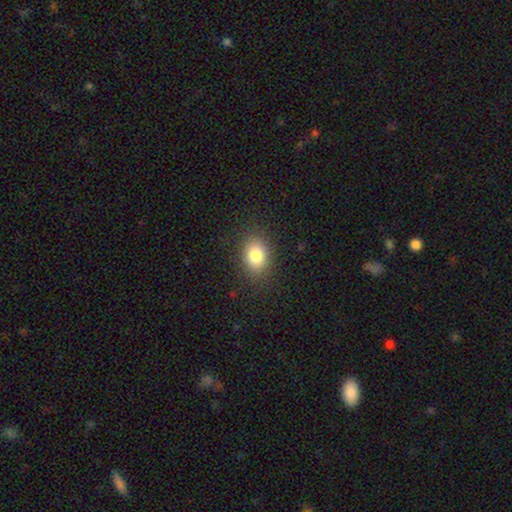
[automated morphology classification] smooth 83%, star or artifact 10%, featured or disk 7%. Down the decision tree: how rounded — in between (73%); merging — none (86%).